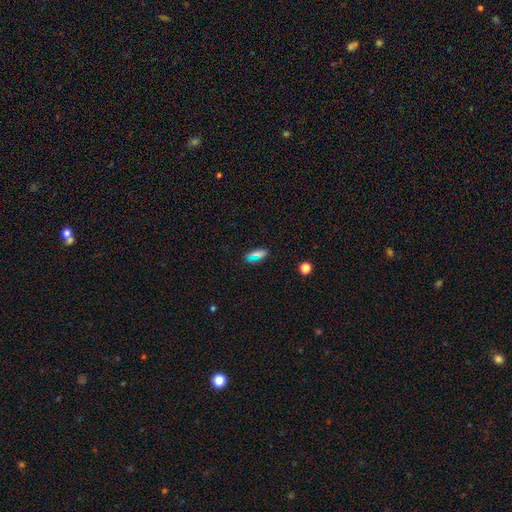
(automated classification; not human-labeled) Overall: smooth (65%; star or artifact 25%). How rounded: in between (76%). Merging: none (81%).